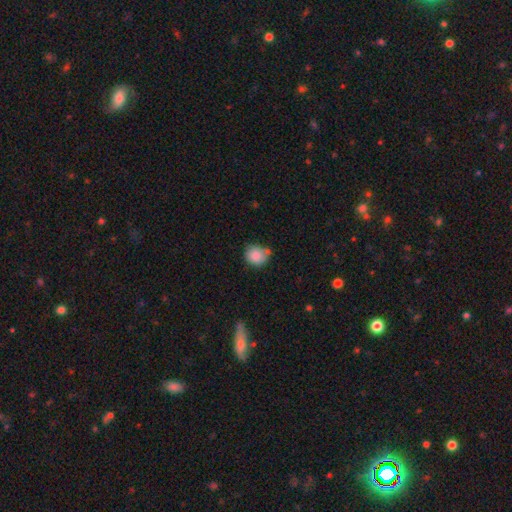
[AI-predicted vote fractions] smooth 86%, star or artifact 9%, featured or disk 5%. Down the decision tree: how rounded — round (83%); merging — none (63%).